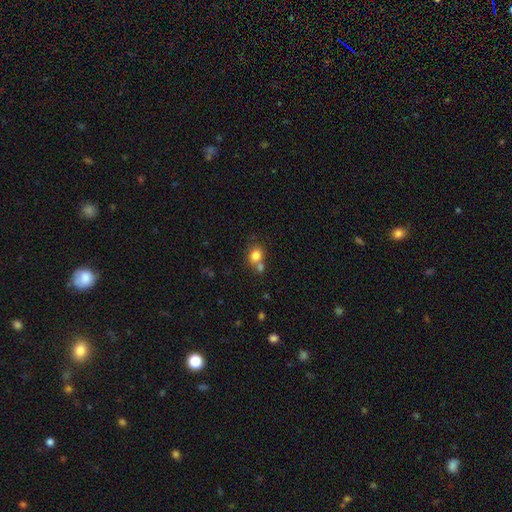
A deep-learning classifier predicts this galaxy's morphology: smooth_or_featured: smooth (p=0.80) [alt: star or artifact p=0.11]
how_rounded: round (p=0.71) [alt: in between p=0.28]
merging: none (p=0.49) [alt: merger p=0.36]